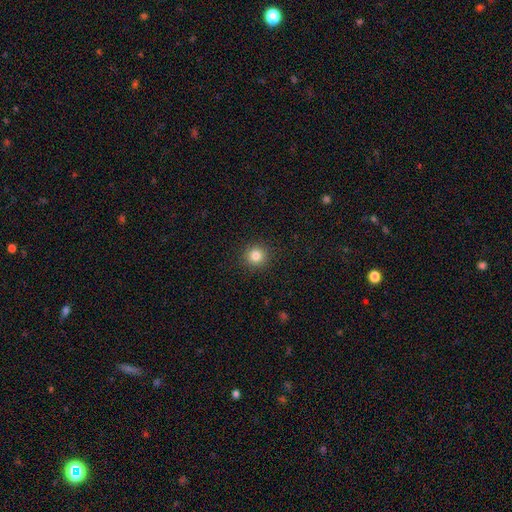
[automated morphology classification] This is clearly a smooth galaxy (83%). How rounded: clearly round (94%). Merging: clearly none (92%).